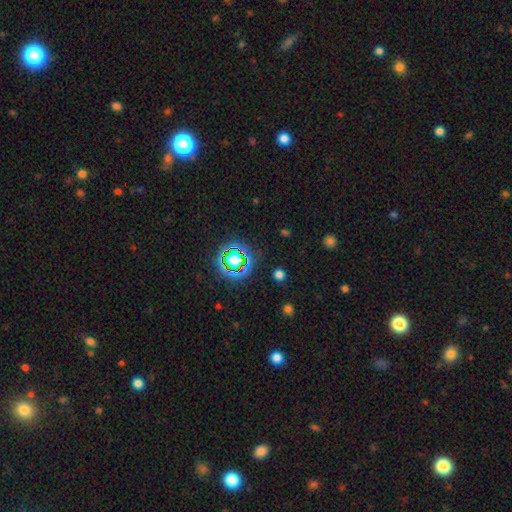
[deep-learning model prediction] The model was most divided on "smooth or featured": star or artifact: 73%, smooth: 19%, featured or disk: 9%.